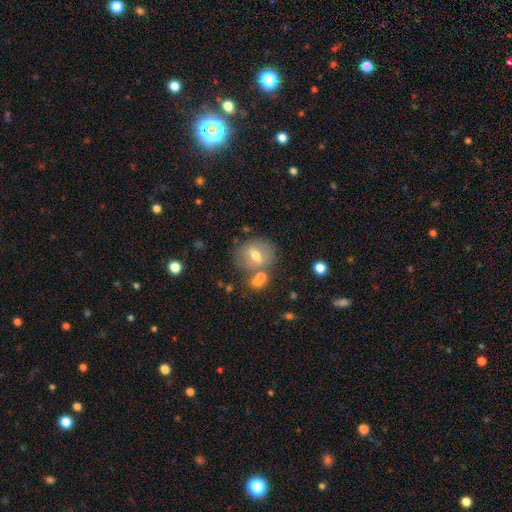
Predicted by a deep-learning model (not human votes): smooth_or_featured: smooth (p=0.52) [alt: featured or disk p=0.38]
how_rounded: round (p=0.61) [alt: in between p=0.37]
merging: none (p=0.62) [alt: merger p=0.18]